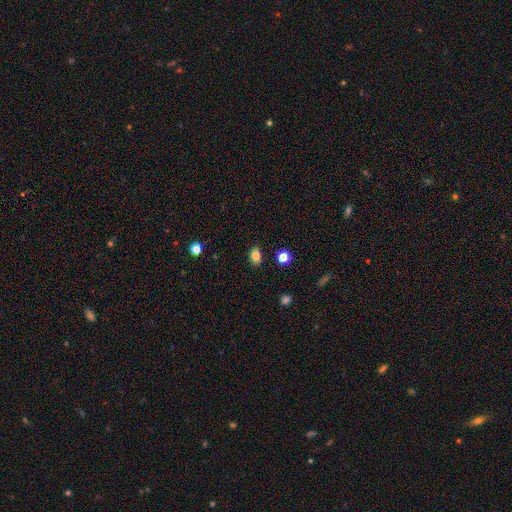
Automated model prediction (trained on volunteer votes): Smooth or featured: smooth — 84% (star or artifact — 11%)
How rounded: in between — 79% (round — 19%)
Merging: none — 87% (minor disturbance — 9%)